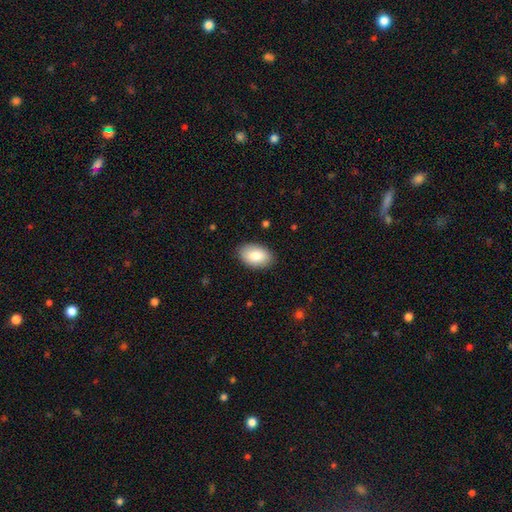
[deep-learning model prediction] A smooth galaxy with no disk features (84%) that is in between round and cigar-shaped (93%).

Vote fractions:
- Smooth or featured? smooth: 84% / featured or disk: 10% / star or artifact: 6%
- How rounded? in between: 93% / round: 6% / cigar-shaped: 1%
- Merging? none: 87% / minor disturbance: 10% / major disturbance: 2% / merger: 1%